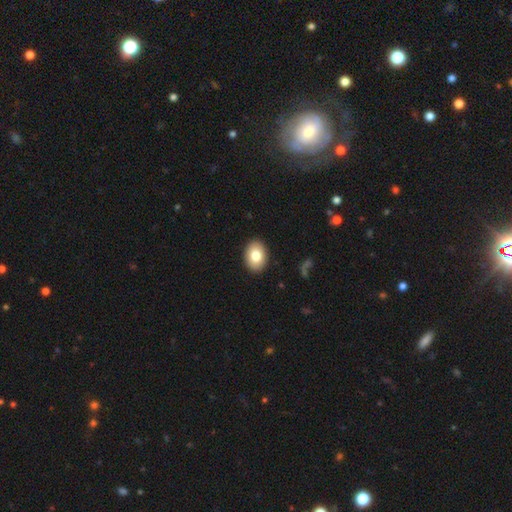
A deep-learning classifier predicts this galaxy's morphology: smooth_or_featured: smooth (p=0.81) [alt: featured or disk p=0.12]
how_rounded: in between (p=0.78) [alt: round p=0.21]
merging: none (p=0.91) [alt: minor disturbance p=0.07]